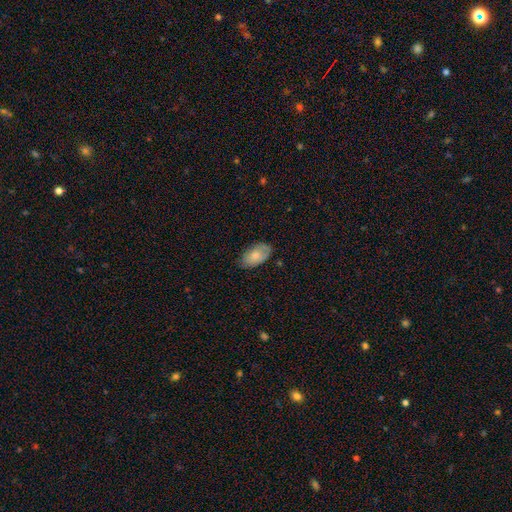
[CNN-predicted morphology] smooth_or_featured: smooth (p=0.70) [alt: featured or disk p=0.23]
how_rounded: in between (p=0.94) [alt: round p=0.05]
merging: none (p=0.71) [alt: minor disturbance p=0.23]